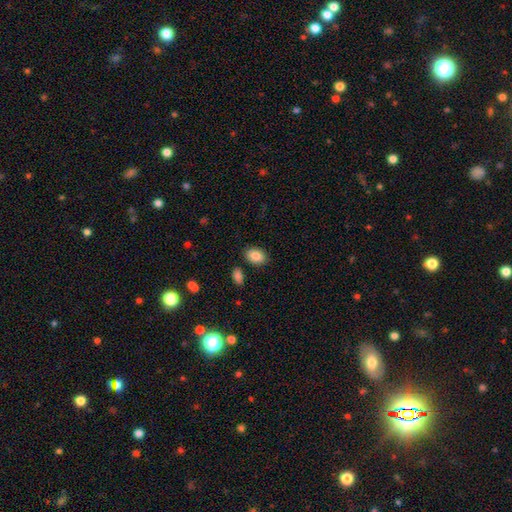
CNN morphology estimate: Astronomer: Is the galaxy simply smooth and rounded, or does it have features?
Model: smooth — 84%.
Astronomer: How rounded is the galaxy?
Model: in between — 85%.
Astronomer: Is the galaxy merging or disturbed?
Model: none — 85%.